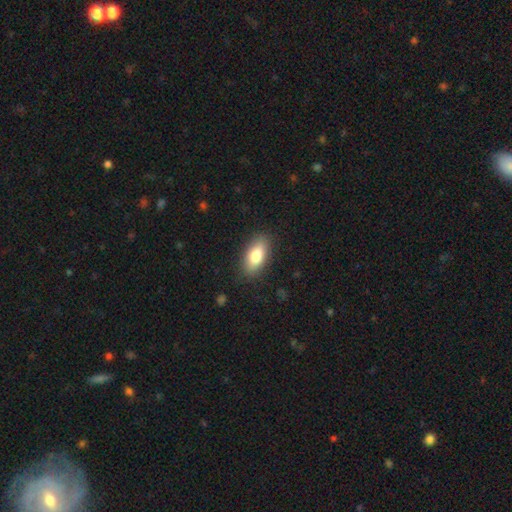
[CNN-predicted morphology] smooth 81%, featured or disk 13%, star or artifact 7%. Down the decision tree: how rounded — in between (86%); merging — none (85%).